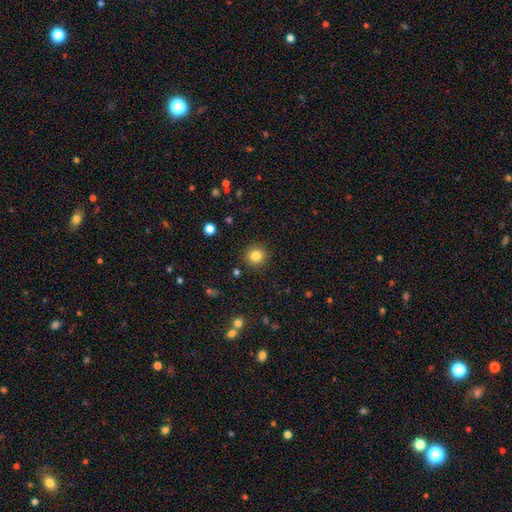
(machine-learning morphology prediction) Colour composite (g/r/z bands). It shows a smooth galaxy with no disk features (83%) that is round (94%). Merging: none (91%).